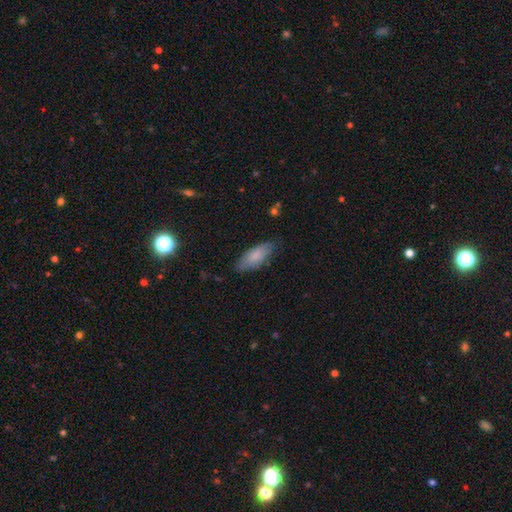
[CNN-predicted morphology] A smooth galaxy with no disk features (80%) that is in between round and cigar-shaped (77%).

Vote fractions:
- Smooth or featured? smooth: 80% / featured or disk: 13% / star or artifact: 6%
- How rounded? in between: 77% / cigar-shaped: 22% / round: 2%
- Merging? none: 79% / minor disturbance: 17% / major disturbance: 3% / merger: 1%